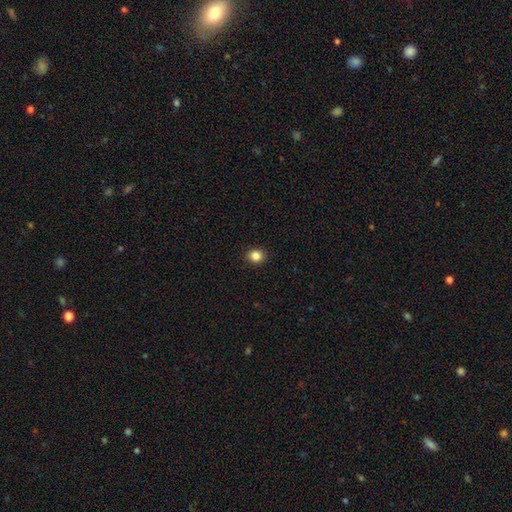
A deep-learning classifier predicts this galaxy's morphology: type=smooth (84%); roundness=round (79%); merging=none (92%).